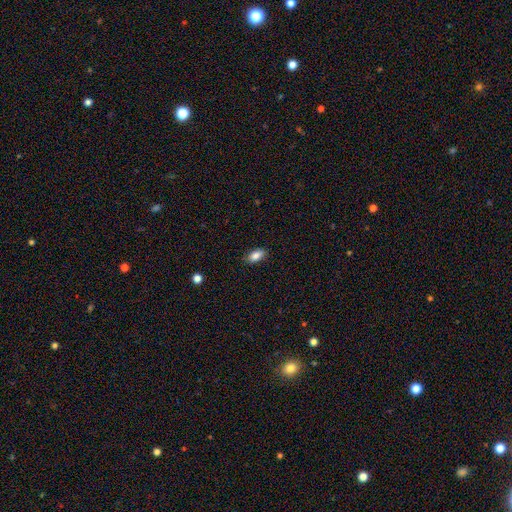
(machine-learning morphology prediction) smooth-or-featured: smooth: 85% | star or artifact: 8% | featured or disk: 7%
  how-rounded: in between: 90% | round: 6% | cigar-shaped: 4%
  merging: none: 86% | minor disturbance: 11% | major disturbance: 2% | merger: 1%